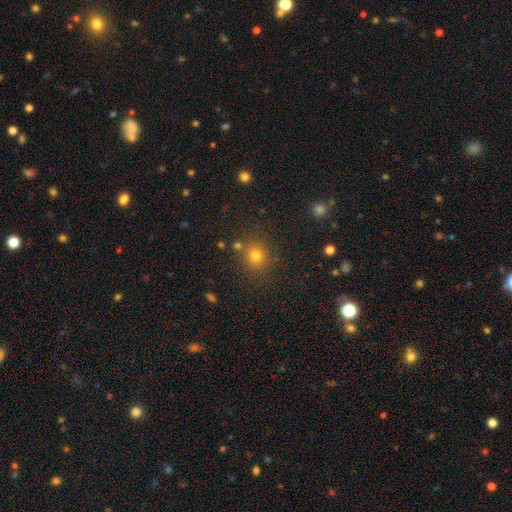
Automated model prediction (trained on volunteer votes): smooth 75%, star or artifact 18%, featured or disk 7%. Down the decision tree: how rounded — round (88%); merging — none (81%).